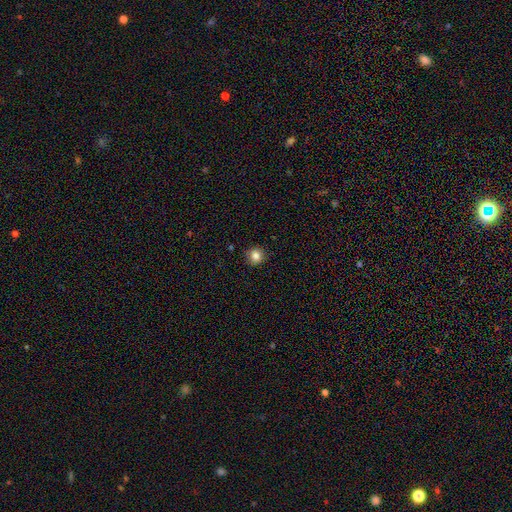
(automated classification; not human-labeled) Morphology: type=smooth (84%); roundness=round (91%); merging=none (89%).